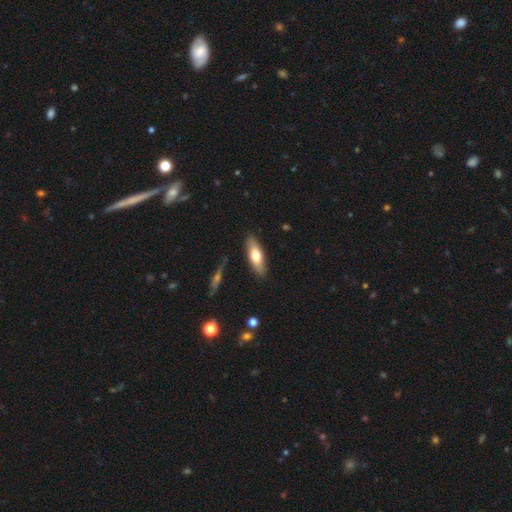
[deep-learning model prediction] Smooth or featured?
  - smooth: 63% *
  - featured or disk: 31%
  - star or artifact: 6%
How rounded?
  - in between: 56% *
  - cigar-shaped: 42%
  - round: 2%
Merging?
  - none: 88% *
  - minor disturbance: 9%
  - major disturbance: 2%
  - merger: 2%